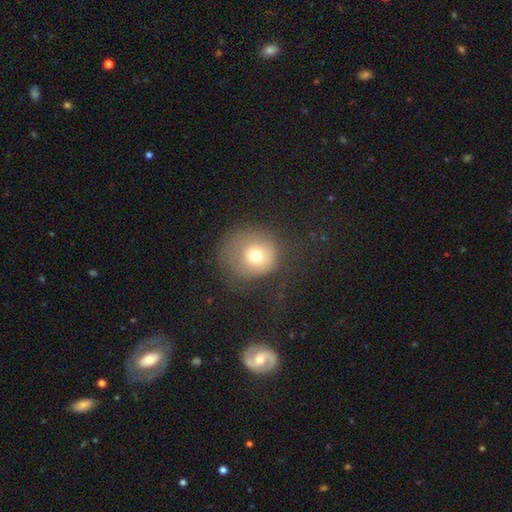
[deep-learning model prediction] Smooth or featured?
  - smooth: 68% *
  - featured or disk: 19%
  - star or artifact: 13%
How rounded?
  - round: 85% *
  - in between: 15%
  - cigar-shaped: 1%
Merging?
  - none: 45% *
  - major disturbance: 30%
  - minor disturbance: 23%
  - merger: 2%